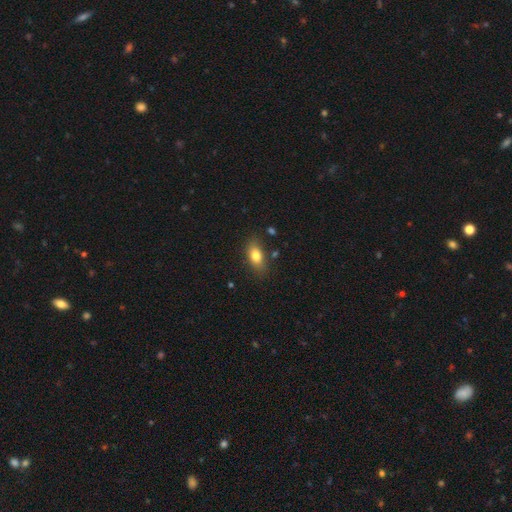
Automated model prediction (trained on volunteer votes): Smooth or featured?
  - smooth: 80% *
  - featured or disk: 11%
  - star or artifact: 8%
How rounded?
  - in between: 86% *
  - round: 9%
  - cigar-shaped: 6%
Merging?
  - none: 79% *
  - minor disturbance: 15%
  - major disturbance: 4%
  - merger: 3%